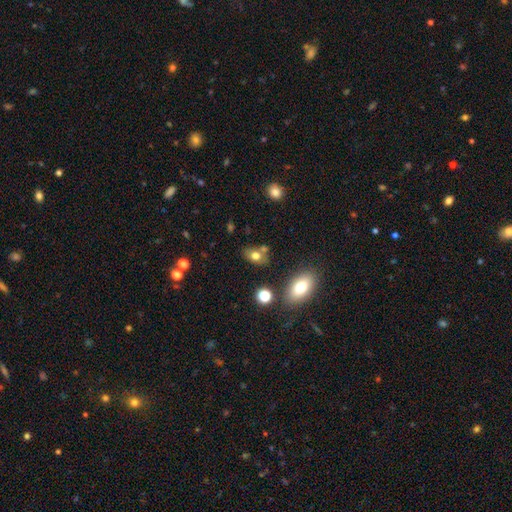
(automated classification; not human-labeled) Overall: smooth (74%). How rounded: in between (72%). Merging: none (60%).